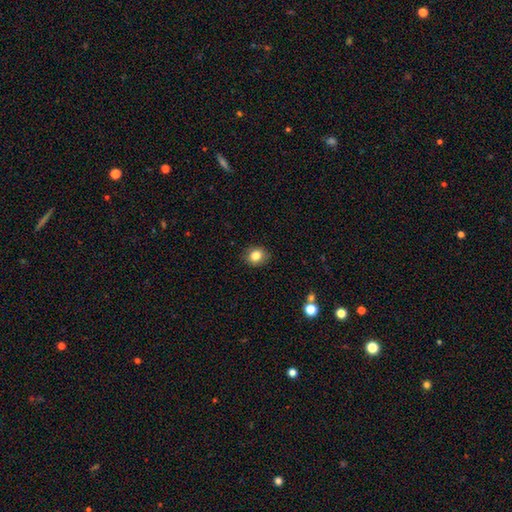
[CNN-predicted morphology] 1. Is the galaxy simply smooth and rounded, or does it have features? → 83% smooth, 10% star or artifact, 7% featured or disk.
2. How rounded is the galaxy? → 66% round, 33% in between, 1% cigar-shaped.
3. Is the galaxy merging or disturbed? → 89% none, 8% minor disturbance, 2% major disturbance, 1% merger.